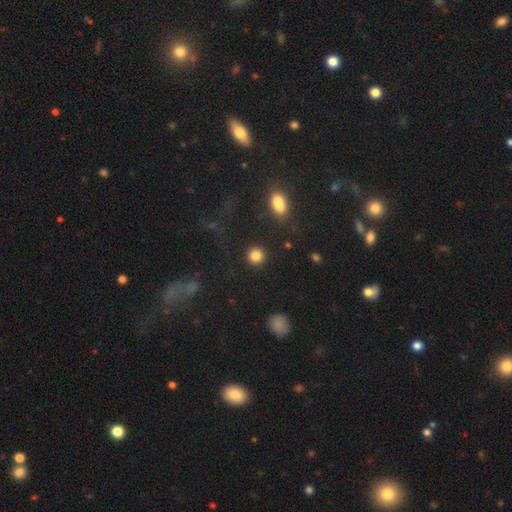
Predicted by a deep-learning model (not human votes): smooth 86%, star or artifact 10%, featured or disk 4%. Down the decision tree: how rounded — round (92%); merging — none (89%).